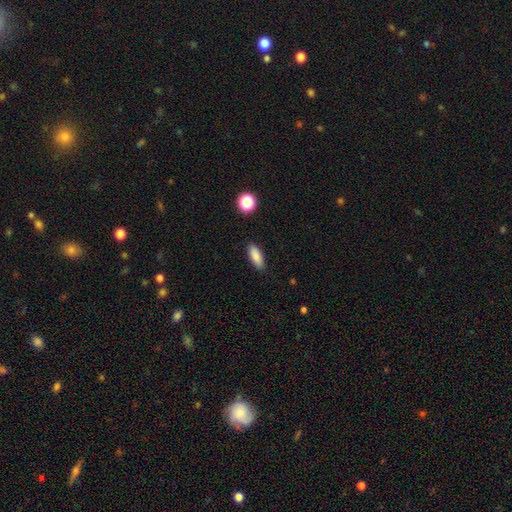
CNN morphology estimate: type=smooth (87%); roundness=in between (73%); merging=none (86%).